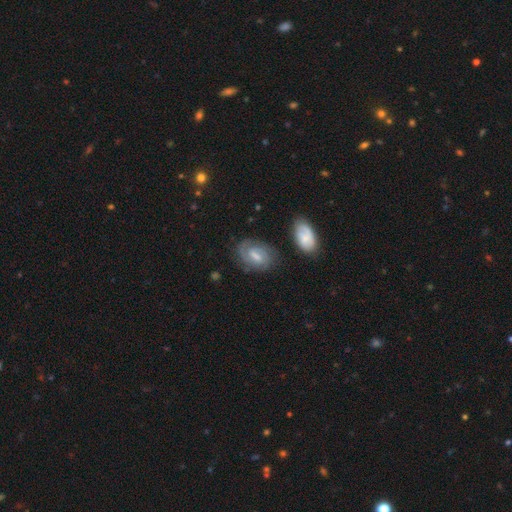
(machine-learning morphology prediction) smooth_or_featured: featured or disk (p=0.72) [alt: smooth p=0.21]
disk_edge_on: no (p=0.96) [alt: yes p=0.04]
bar: weak (p=0.59) [alt: strong p=0.22]
has_spiral_arms: yes (p=0.93) [alt: no p=0.07]
spiral_winding: tight (p=0.51) [alt: medium p=0.39]
spiral_arm_count: 2 (p=0.70) [alt: can't tell p=0.16]
bulge_size: small (p=0.41) [alt: moderate p=0.37]
merging: none (p=0.74) [alt: minor disturbance p=0.17]